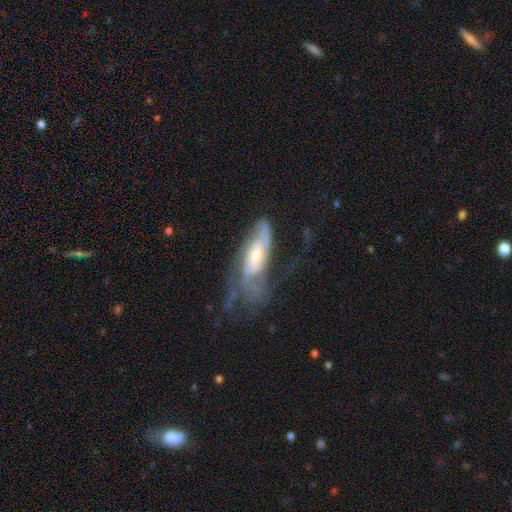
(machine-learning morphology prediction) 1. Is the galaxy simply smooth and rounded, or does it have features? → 76% featured or disk, 18% smooth, 6% star or artifact.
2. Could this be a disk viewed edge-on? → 85% no, 15% yes.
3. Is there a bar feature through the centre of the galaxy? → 52% no, 36% weak, 13% strong.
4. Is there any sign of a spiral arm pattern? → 89% yes, 11% no.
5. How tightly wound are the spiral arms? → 41% medium, 37% tight, 22% loose.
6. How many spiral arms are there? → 43% 2, 33% can't tell, 10% 3, 8% 1, 4% 4, 3% more than 4.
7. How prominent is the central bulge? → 54% moderate, 32% small, 9% large, 3% none, 1% dominant.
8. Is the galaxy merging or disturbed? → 39% none, 35% major disturbance, 23% minor disturbance, 3% merger.